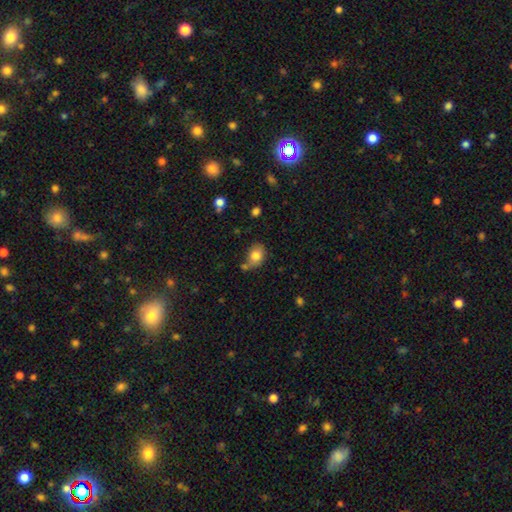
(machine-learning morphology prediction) type=smooth (80%); roundness=in between (62%); merging=none (54%).